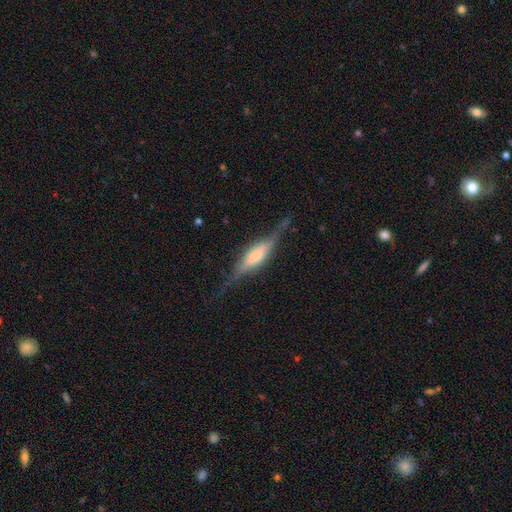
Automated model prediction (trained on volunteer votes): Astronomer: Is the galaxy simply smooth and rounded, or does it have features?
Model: featured or disk — 76%.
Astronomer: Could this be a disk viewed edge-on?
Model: yes — 96%.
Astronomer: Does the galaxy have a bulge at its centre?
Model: rounded — 53% (runner-up: boxy, 41%).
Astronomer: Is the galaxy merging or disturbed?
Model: none — 78%.